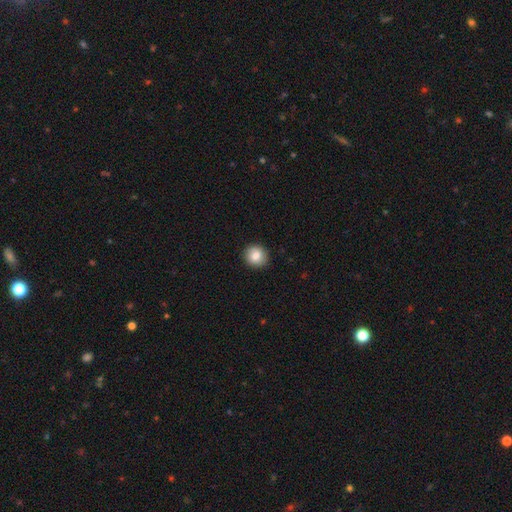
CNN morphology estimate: A smooth galaxy with no disk features (84%) that is round (87%). Merging: none (91%).